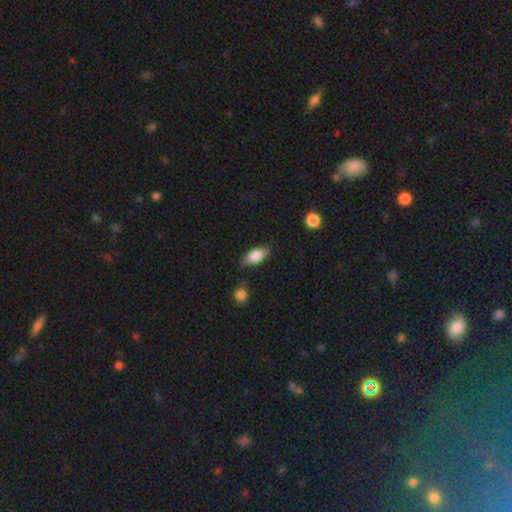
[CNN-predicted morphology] smooth_or_featured: smooth (p=0.81) [alt: featured or disk p=0.12]
how_rounded: in between (p=0.87) [alt: cigar-shaped p=0.09]
merging: none (p=0.77) [alt: minor disturbance p=0.16]